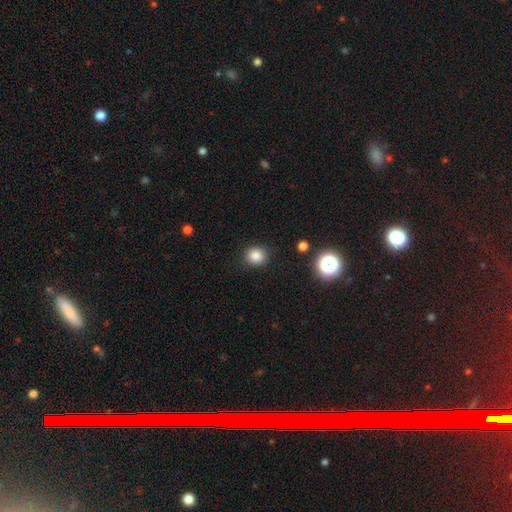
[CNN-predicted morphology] This is clearly a smooth galaxy (83%). How rounded: clearly round (81%). Merging: clearly none (88%).